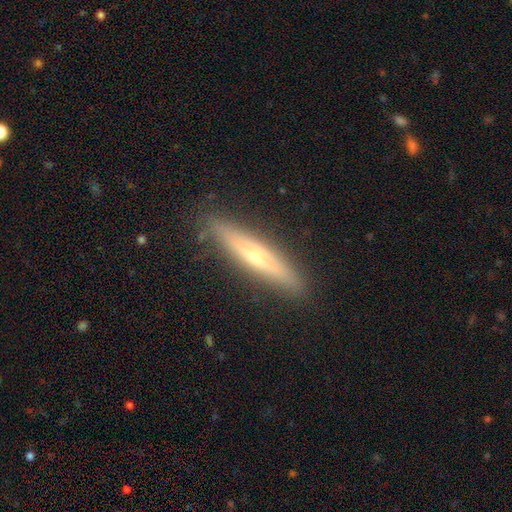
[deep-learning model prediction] featured or disk 57%, smooth 36%, star or artifact 7%. Down the decision tree: edge-on disk — yes (90%); edge-on bulge — rounded (79%); merging — none (88%).